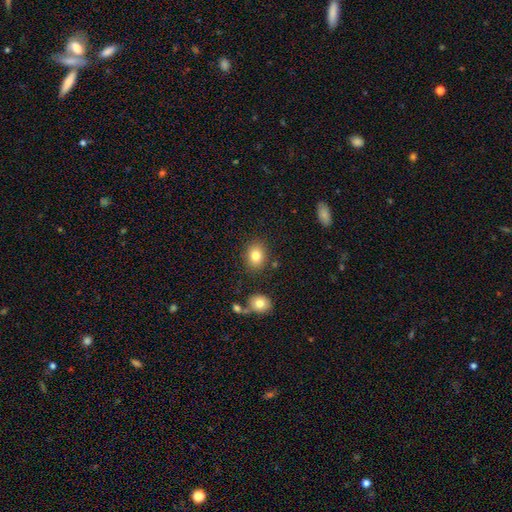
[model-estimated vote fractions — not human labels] Overall: smooth (81%). How rounded: round (52%; in between 47%). Merging: none (83%).